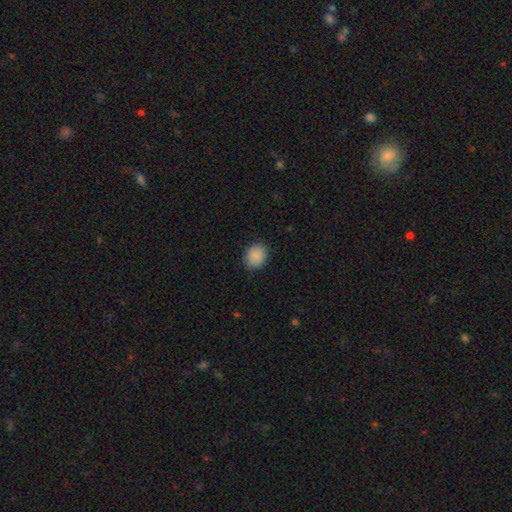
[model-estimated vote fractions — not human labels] This is clearly a smooth galaxy (89%). How rounded: likely round (67%). Merging: clearly none (87%).